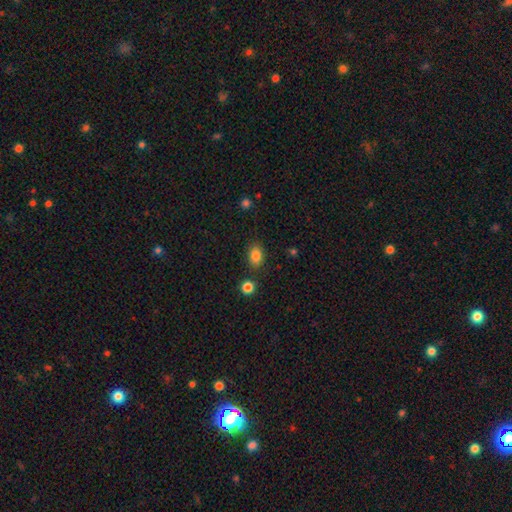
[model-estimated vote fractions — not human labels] A smooth galaxy with no disk features (85%) that is in between round and cigar-shaped (78%). Merging: none (82%).